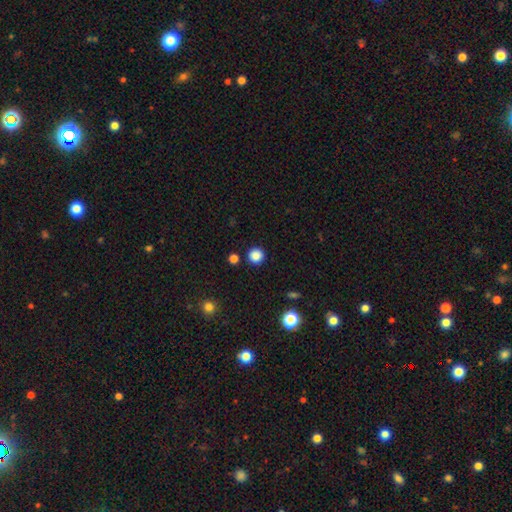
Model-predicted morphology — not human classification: smooth 86%, star or artifact 11%, featured or disk 3%. Down the decision tree: how rounded — round (94%); merging — none (90%).